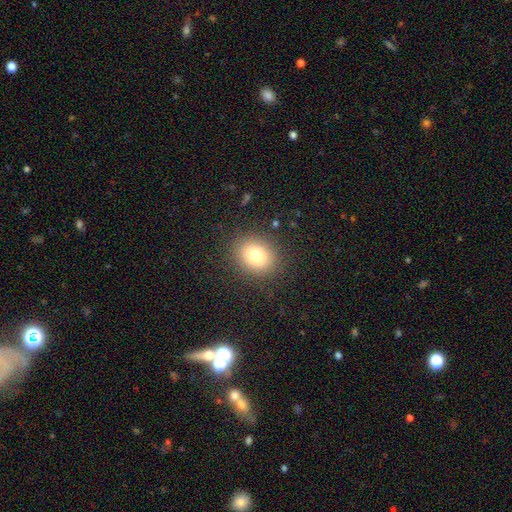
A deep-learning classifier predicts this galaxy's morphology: type=smooth (76%); roundness=round (64%); merging=none (87%).